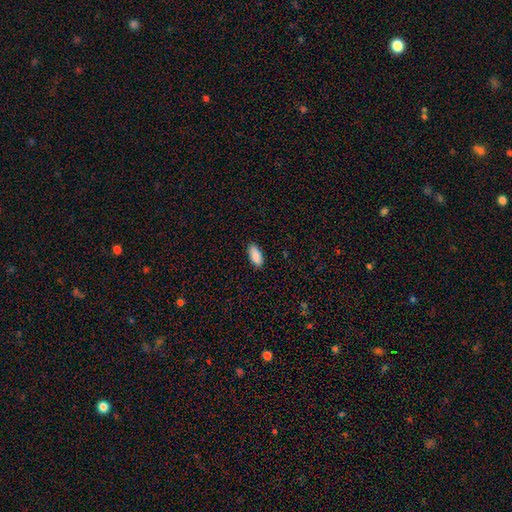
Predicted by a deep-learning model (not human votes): smooth-or-featured: smooth: 90% | star or artifact: 6% | featured or disk: 4%
  how-rounded: in between: 87% | cigar-shaped: 11% | round: 2%
  merging: none: 87% | minor disturbance: 10% | major disturbance: 2% | merger: 1%